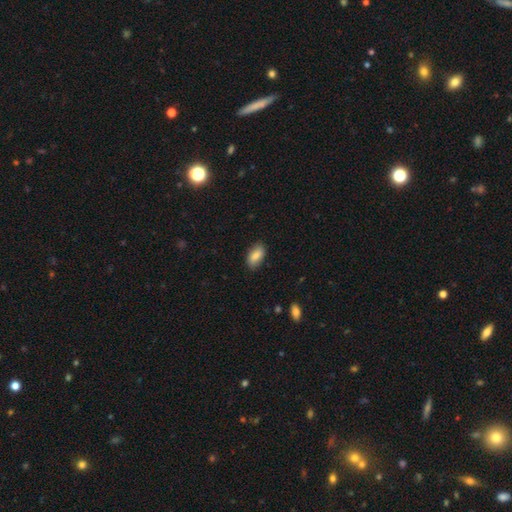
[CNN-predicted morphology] smooth_or_featured: smooth (p=0.83) [alt: featured or disk p=0.10]
how_rounded: in between (p=0.92) [alt: cigar-shaped p=0.04]
merging: none (p=0.84) [alt: minor disturbance p=0.12]